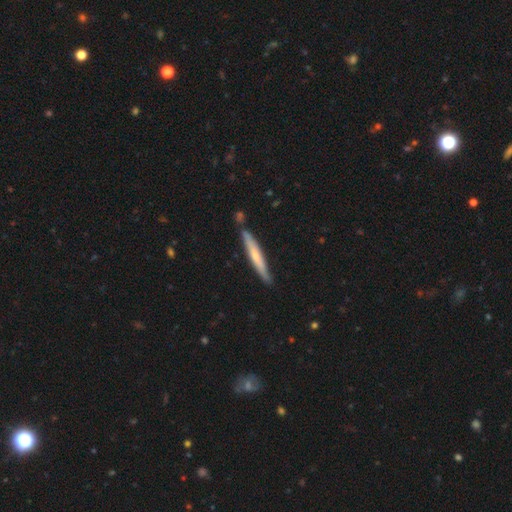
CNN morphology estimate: Smooth or featured? smooth (54%)
How rounded? cigar-shaped (95%)
Merging? none (82%)